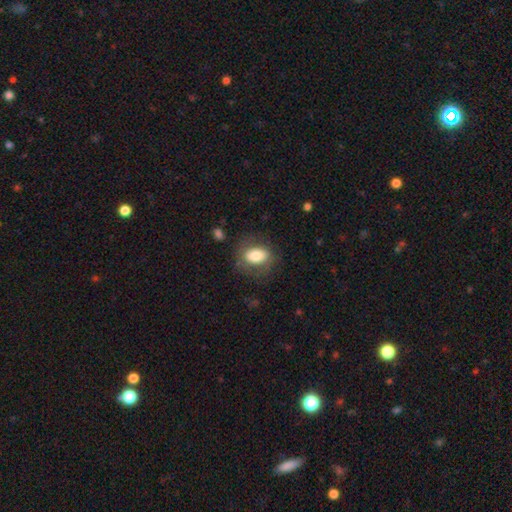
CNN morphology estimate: A smooth galaxy with no disk features (72%) that is in between round and cigar-shaped (78%).

Vote fractions:
- Smooth or featured? smooth: 72% / featured or disk: 21% / star or artifact: 7%
- How rounded? in between: 78% / round: 20% / cigar-shaped: 2%
- Merging? none: 69% / minor disturbance: 18% / major disturbance: 11% / merger: 2%